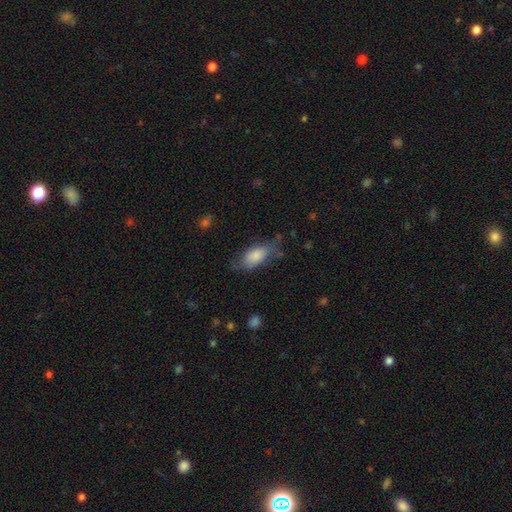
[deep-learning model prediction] This is likely a smooth galaxy (79%). How rounded: clearly in between (87%). Merging: possibly none (50%).